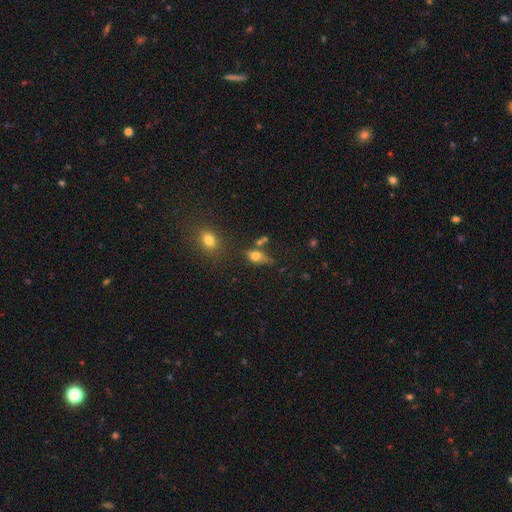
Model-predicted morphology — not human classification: smooth-or-featured: smooth: 71% | featured or disk: 16% | star or artifact: 12%
  how-rounded: in between: 73% | round: 18% | cigar-shaped: 8%
  merging: none: 41% | minor disturbance: 26% | major disturbance: 17% | merger: 16%